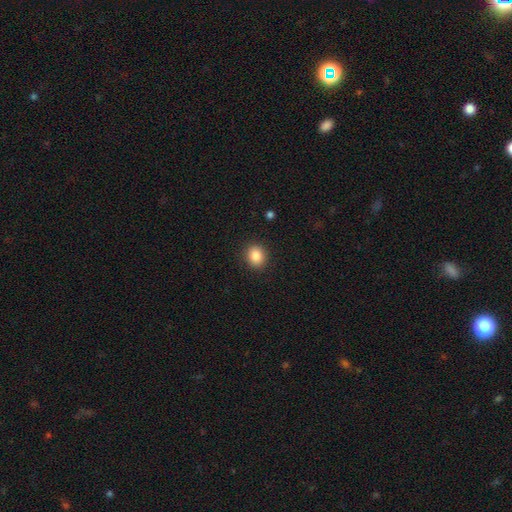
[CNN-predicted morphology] This is clearly a smooth galaxy (86%). How rounded: likely round (74%). Merging: clearly none (90%).